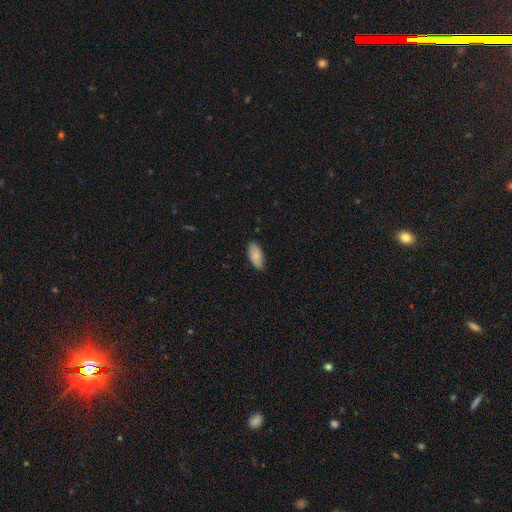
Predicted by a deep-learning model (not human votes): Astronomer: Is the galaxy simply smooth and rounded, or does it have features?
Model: smooth — 84%.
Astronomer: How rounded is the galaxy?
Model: in between — 91%.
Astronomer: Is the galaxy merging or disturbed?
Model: none — 82%.